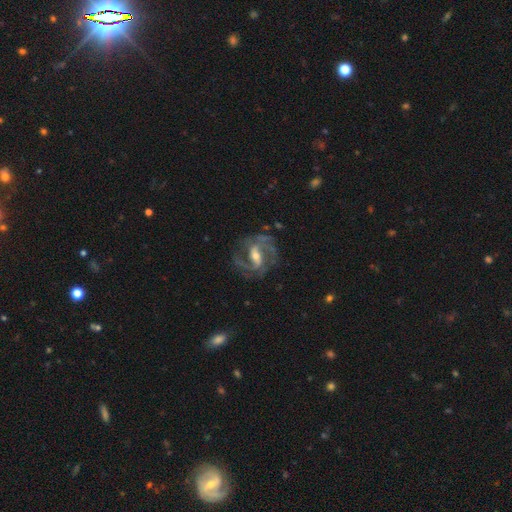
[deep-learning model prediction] smooth_or_featured: featured or disk (p=0.90) [alt: smooth p=0.05]
disk_edge_on: no (p=0.97) [alt: yes p=0.03]
bar: strong (p=0.46) [alt: weak p=0.40]
has_spiral_arms: yes (p=0.96) [alt: no p=0.04]
spiral_winding: medium (p=0.57) [alt: tight p=0.22]
spiral_arm_count: 2 (p=0.74) [alt: 3 p=0.12]
bulge_size: moderate (p=0.56) [alt: small p=0.37]
merging: none (p=0.71) [alt: minor disturbance p=0.16]